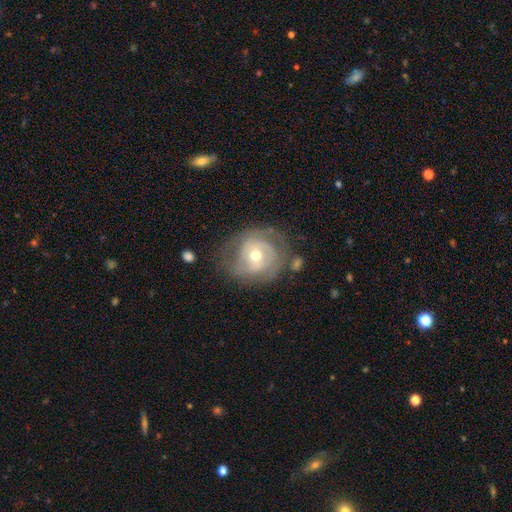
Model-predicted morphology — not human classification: type=featured or disk (67%); edge-on=no (96%); bar=no (62%); spiral arms=yes (65%); bulge=moderate (61%); merging=none (61%).